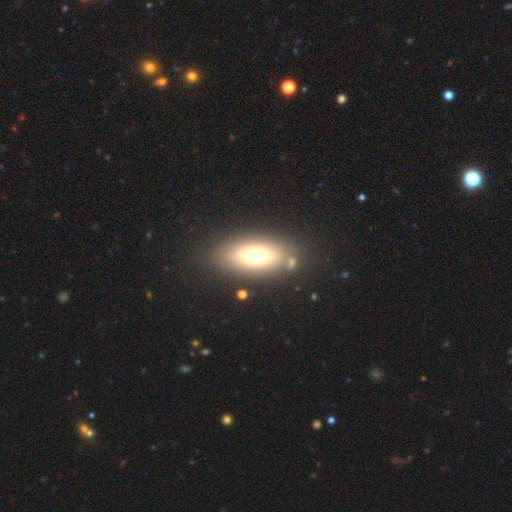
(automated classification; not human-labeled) Smooth or featured? smooth (64%)
How rounded? in between (77%)
Merging? none (79%)